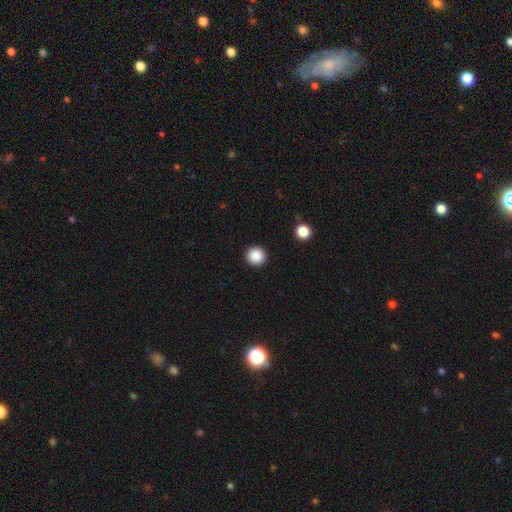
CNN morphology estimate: smooth_or_featured: smooth (p=0.88) [alt: star or artifact p=0.09]
how_rounded: round (p=0.93) [alt: in between p=0.06]
merging: none (p=0.92) [alt: minor disturbance p=0.05]